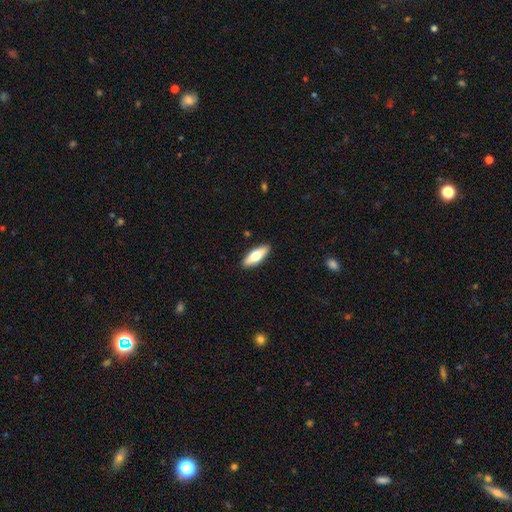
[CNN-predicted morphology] The model was most divided on "how rounded": in between: 58%, cigar-shaped: 40%, round: 2%. More confident: merging — none (90%); smooth or featured — smooth (60%).